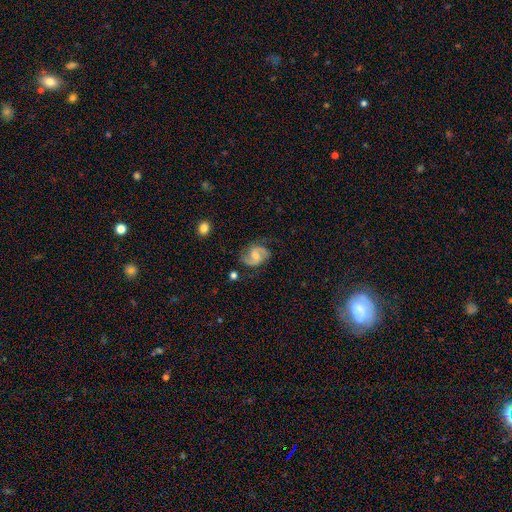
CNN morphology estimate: smooth_or_featured: featured or disk (p=0.85) [alt: smooth p=0.09]
disk_edge_on: no (p=0.98) [alt: yes p=0.02]
bar: weak (p=0.50) [alt: no p=0.38]
has_spiral_arms: yes (p=0.97) [alt: no p=0.03]
spiral_winding: medium (p=0.56) [alt: loose p=0.26]
spiral_arm_count: 2 (p=0.93) [alt: can't tell p=0.03]
bulge_size: moderate (p=0.45) [alt: small p=0.40]
merging: none (p=0.77) [alt: minor disturbance p=0.16]